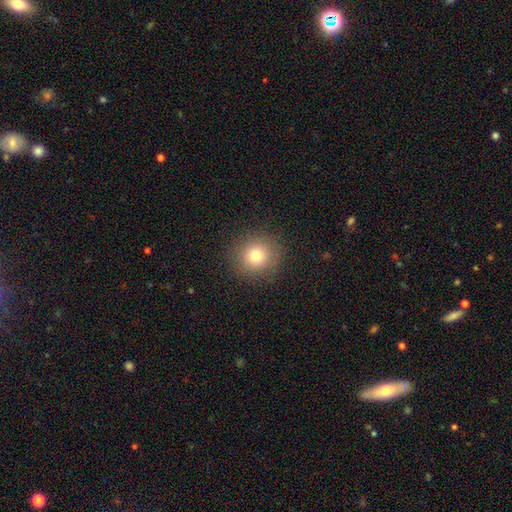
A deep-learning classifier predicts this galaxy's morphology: Q: Smooth or featured?
A: smooth (77%); runner-up: star or artifact (14%)
Q: How rounded?
A: round (93%); runner-up: in between (6%)
Q: Merging?
A: none (90%); runner-up: minor disturbance (6%)